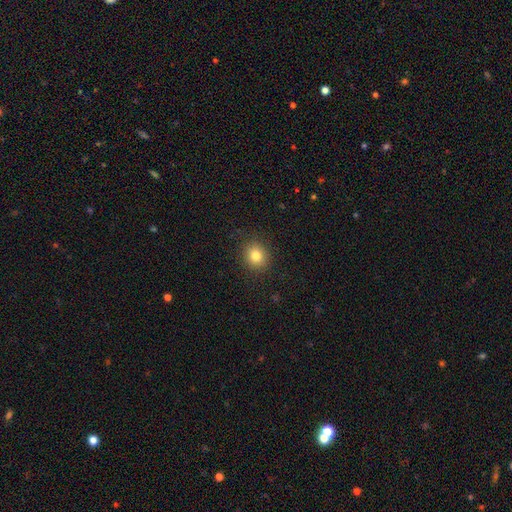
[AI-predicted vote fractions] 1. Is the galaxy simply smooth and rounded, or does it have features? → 81% smooth, 11% star or artifact, 7% featured or disk.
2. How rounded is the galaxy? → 80% round, 19% in between, 1% cigar-shaped.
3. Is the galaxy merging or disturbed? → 90% none, 7% minor disturbance, 2% major disturbance, 1% merger.